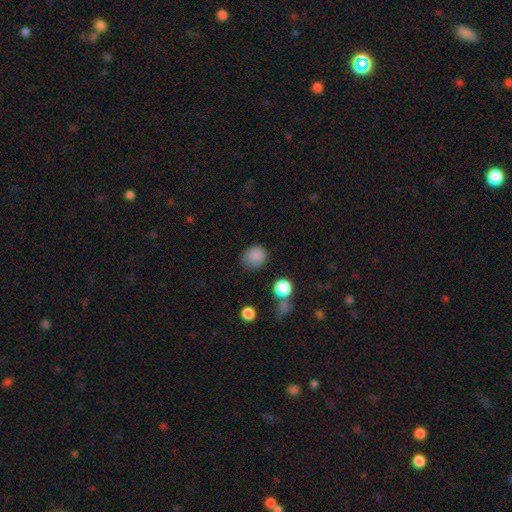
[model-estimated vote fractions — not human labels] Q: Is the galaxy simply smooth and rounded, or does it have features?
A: smooth — 84%.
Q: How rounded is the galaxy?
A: round — 74%.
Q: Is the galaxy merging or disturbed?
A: none — 73%.